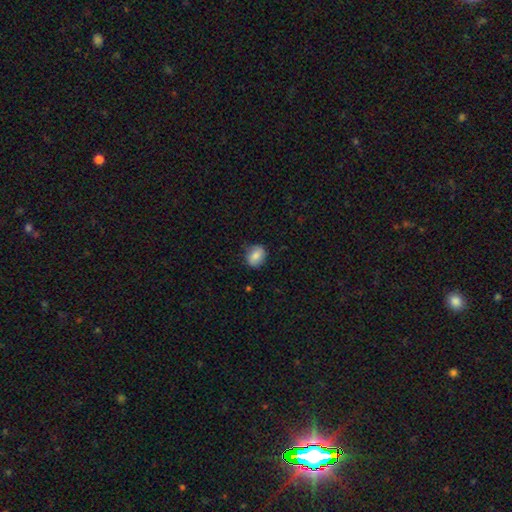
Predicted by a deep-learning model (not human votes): smooth 79%, featured or disk 13%, star or artifact 8%. Down the decision tree: how rounded — in between (54%); merging — none (75%).